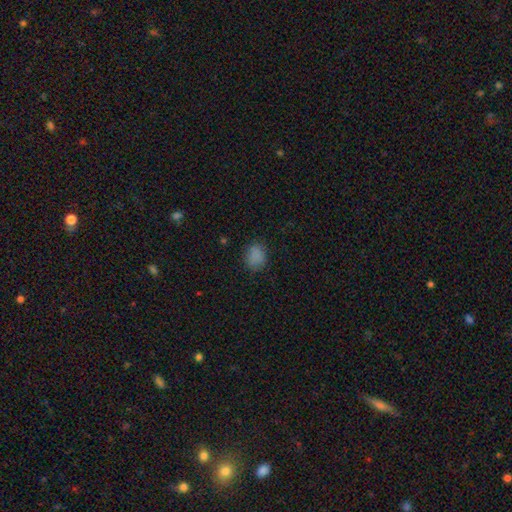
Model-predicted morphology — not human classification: Q: Smooth or featured?
A: smooth (83%); runner-up: star or artifact (11%)
Q: How rounded?
A: round (56%); runner-up: in between (43%)
Q: Merging?
A: none (80%); runner-up: minor disturbance (15%)